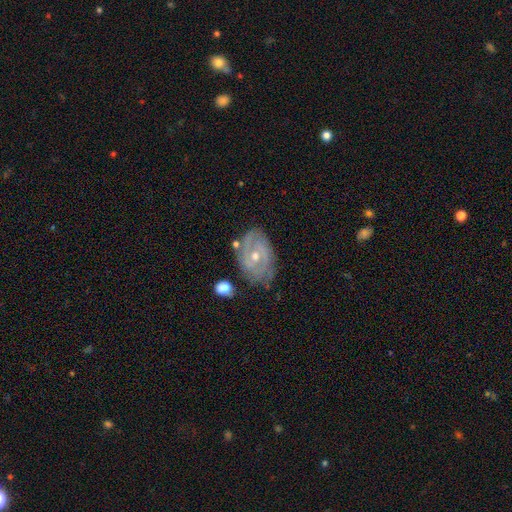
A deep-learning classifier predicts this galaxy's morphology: Overall: featured or disk (81%). Edge-on disk: no (96%). Bar: no (56%; weak 34%). Spiral arms: yes (90%). Spiral arm count: 2 (40%; can't tell 30%). Spiral winding: tight (62%; medium 30%). Bulge size: small (49%; moderate 48%). Merging: none (69%).